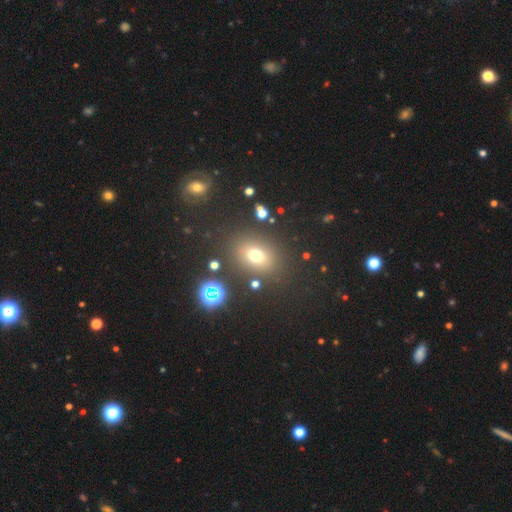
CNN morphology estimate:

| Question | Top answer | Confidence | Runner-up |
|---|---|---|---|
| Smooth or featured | smooth | 68% | star or artifact (21%) |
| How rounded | in between | 51% | round (47%) |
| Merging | none | 81% | minor disturbance (10%) |